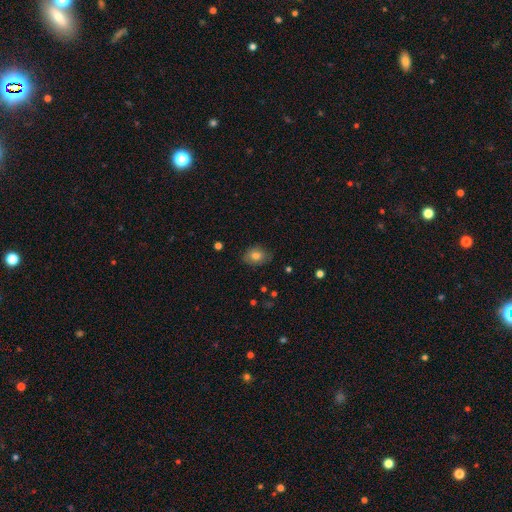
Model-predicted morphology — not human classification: smooth_or_featured: smooth (p=0.77) [alt: featured or disk p=0.13]
how_rounded: in between (p=0.67) [alt: round p=0.32]
merging: none (p=0.78) [alt: minor disturbance p=0.17]